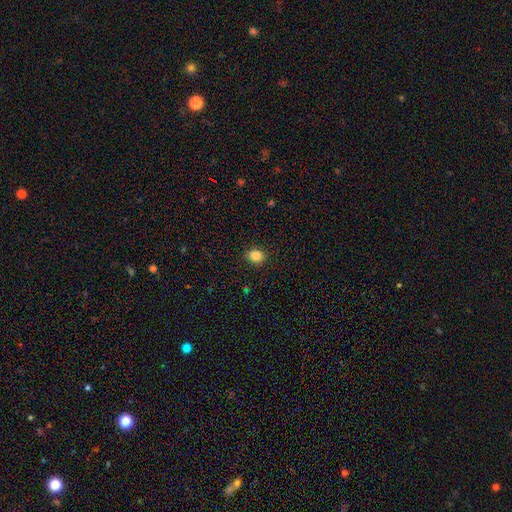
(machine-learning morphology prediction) The model was most divided on "how rounded": round: 60%, in between: 39%, cigar-shaped: 1%. More confident: merging — none (89%); smooth or featured — smooth (86%).